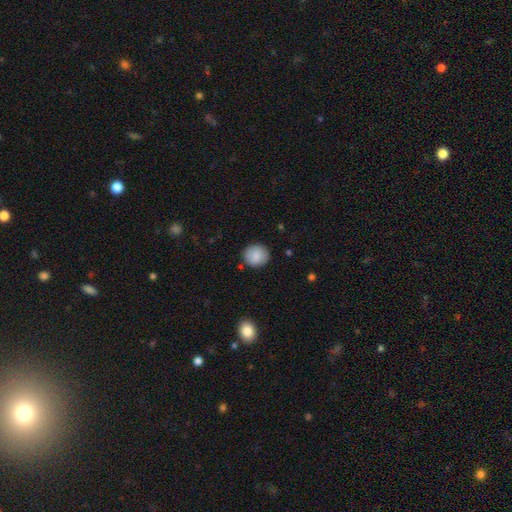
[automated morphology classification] smooth 85%, featured or disk 8%, star or artifact 8%. Down the decision tree: how rounded — round (87%); merging — none (87%).